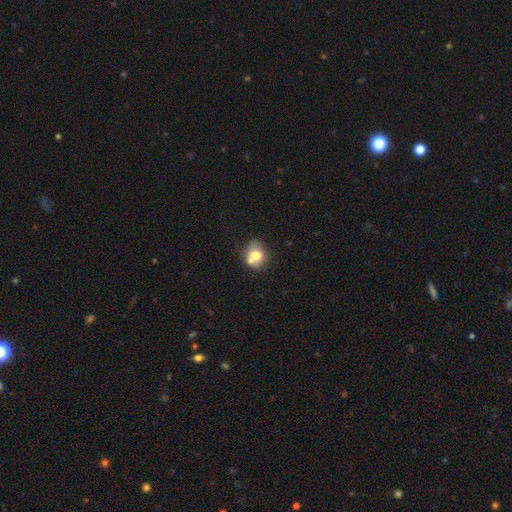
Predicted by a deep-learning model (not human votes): Overall: smooth (68%). How rounded: round (56%; in between 43%). Merging: none (45%; merger 33%).